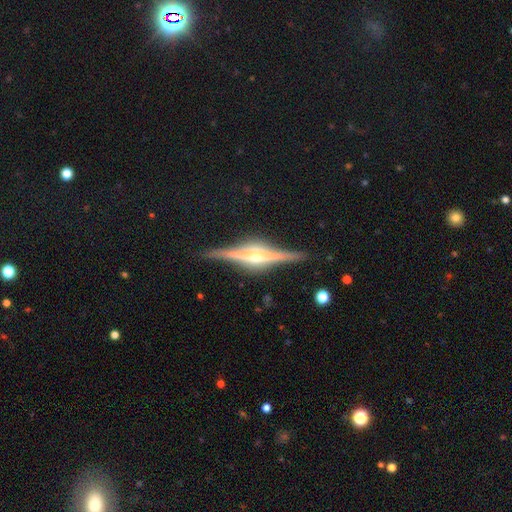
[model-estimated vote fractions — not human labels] Smooth or featured: featured or disk — 88% (smooth — 7%)
Edge-on disk: yes — 98% (no — 2%)
Edge-on bulge: rounded — 89% (boxy — 8%)
Merging: none — 89% (minor disturbance — 7%)